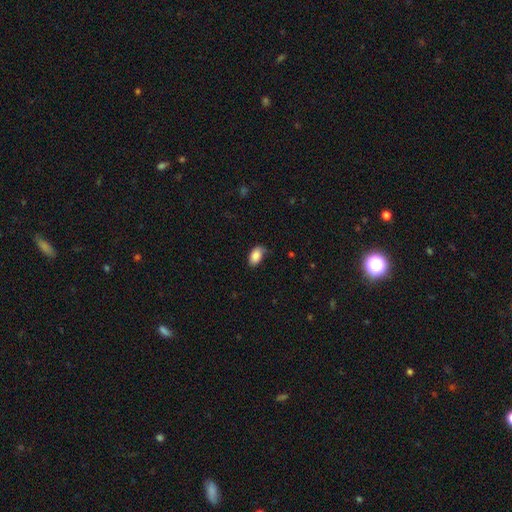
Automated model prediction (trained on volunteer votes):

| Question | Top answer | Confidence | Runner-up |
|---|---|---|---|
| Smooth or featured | smooth | 86% | star or artifact (7%) |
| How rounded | in between | 92% | round (6%) |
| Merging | none | 64% | minor disturbance (28%) |